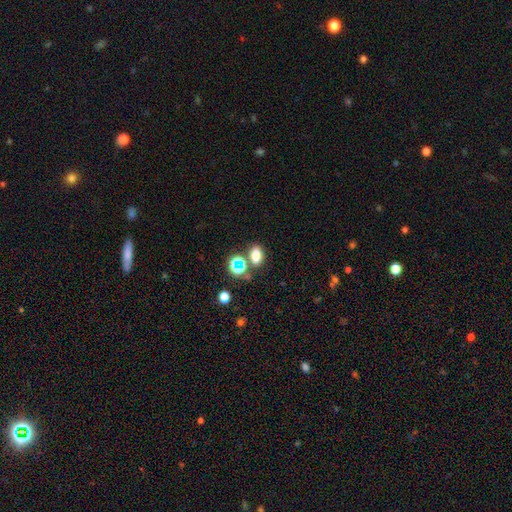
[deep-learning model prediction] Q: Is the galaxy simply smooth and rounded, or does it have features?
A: smooth — 71%.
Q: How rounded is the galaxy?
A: in between — 78%.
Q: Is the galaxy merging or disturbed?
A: none — 67%.